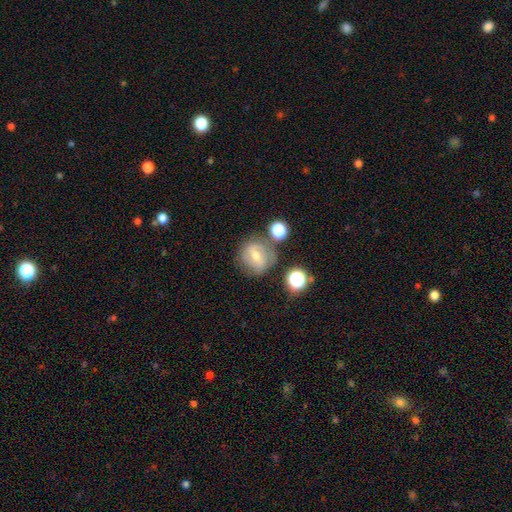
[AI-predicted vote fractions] This is possibly a featured or disk galaxy (52%). It is clearly not viewed edge-on (95%). Merging: likely none (67%).